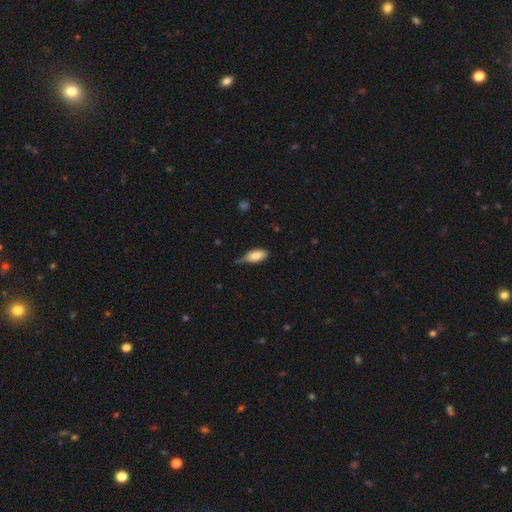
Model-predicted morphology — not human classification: Smooth or featured? smooth (83%)
How rounded? in between (88%)
Merging? minor disturbance (43%)